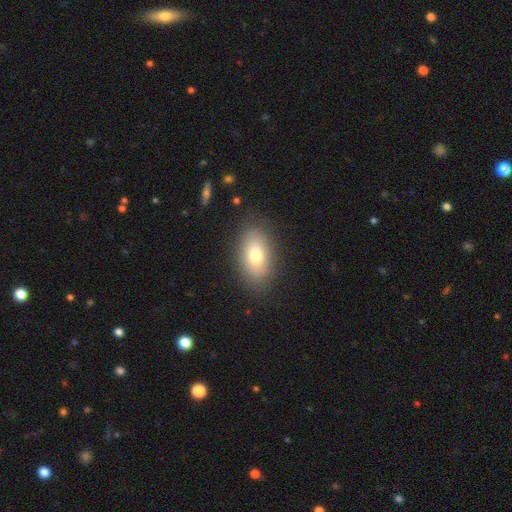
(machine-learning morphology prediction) smooth 74%, featured or disk 18%, star or artifact 9%. Down the decision tree: how rounded — in between (90%); merging — none (85%).